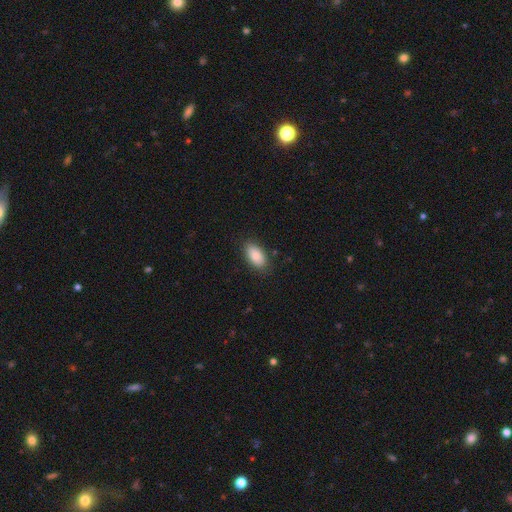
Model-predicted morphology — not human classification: Smooth or featured? Predicted: smooth (p=0.85). How rounded? Predicted: in between (p=0.93). Merging? Predicted: none (p=0.84).